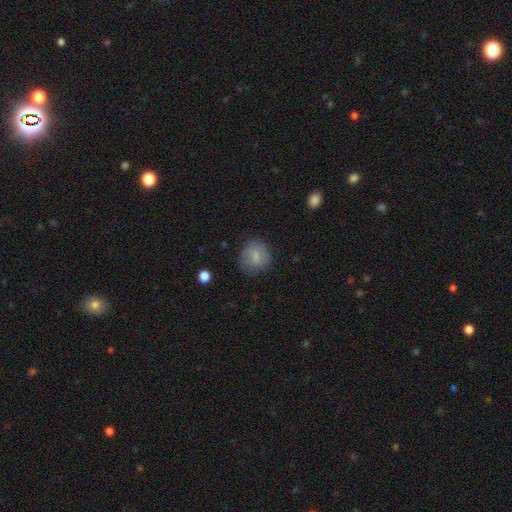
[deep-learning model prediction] smooth 81%, featured or disk 11%, star or artifact 8%. Down the decision tree: how rounded — round (85%); merging — none (79%).